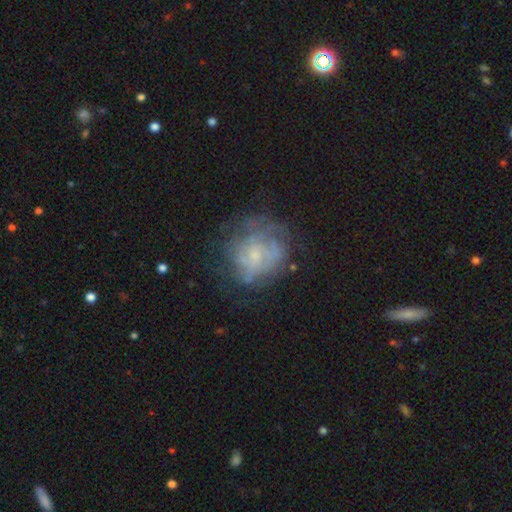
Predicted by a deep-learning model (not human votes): Smooth or featured? featured or disk (68%)
Edge-on disk? no (98%)
Bar? no (76%)
Spiral arms? yes (62%)
Bulge size? small (58%)
Merging? none (60%)